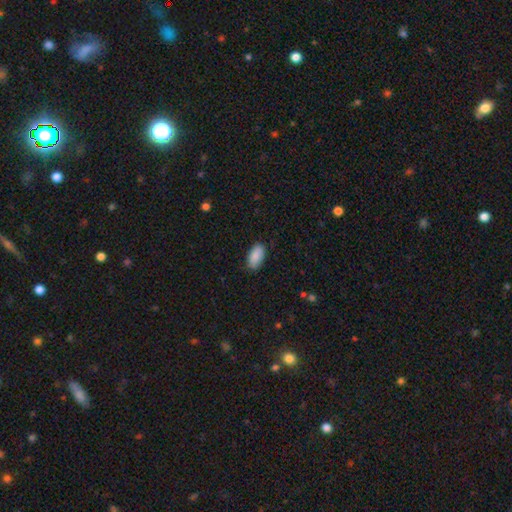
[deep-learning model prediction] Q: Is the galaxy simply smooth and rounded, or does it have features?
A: smooth — 89%.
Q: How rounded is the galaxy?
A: in between — 94%.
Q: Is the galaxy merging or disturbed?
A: none — 84%.